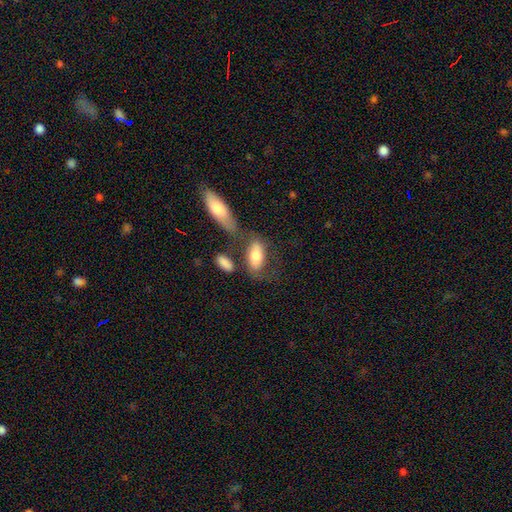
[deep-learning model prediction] Overall: smooth (68%). How rounded: in between (89%). Merging: none (44%; merger 26%).